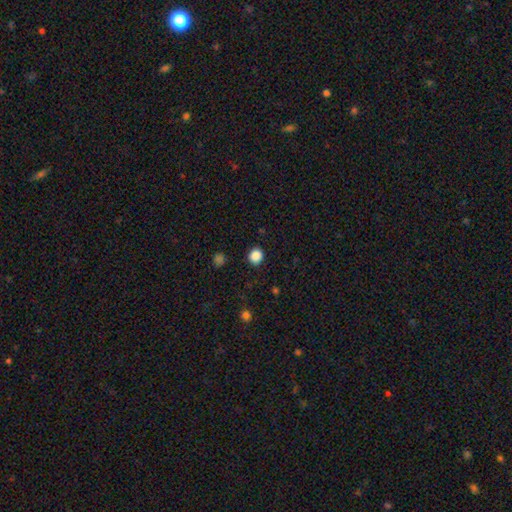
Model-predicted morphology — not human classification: Smooth or featured?
  - smooth: 87% *
  - star or artifact: 11%
  - featured or disk: 3%
How rounded?
  - round: 85% *
  - in between: 14%
  - cigar-shaped: 1%
Merging?
  - none: 90% *
  - minor disturbance: 6%
  - major disturbance: 2%
  - merger: 1%